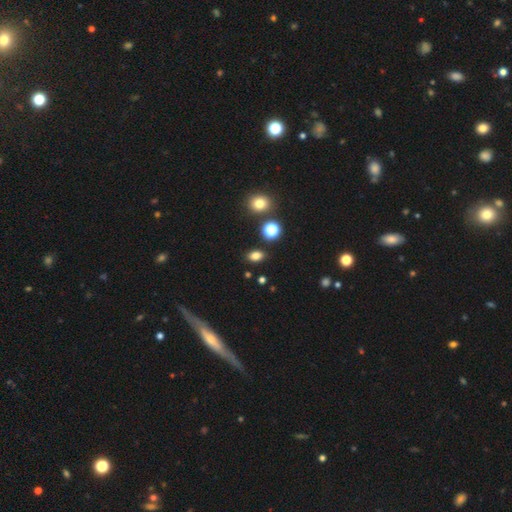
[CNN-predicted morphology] type=smooth (79%); roundness=in between (78%); merging=none (85%).